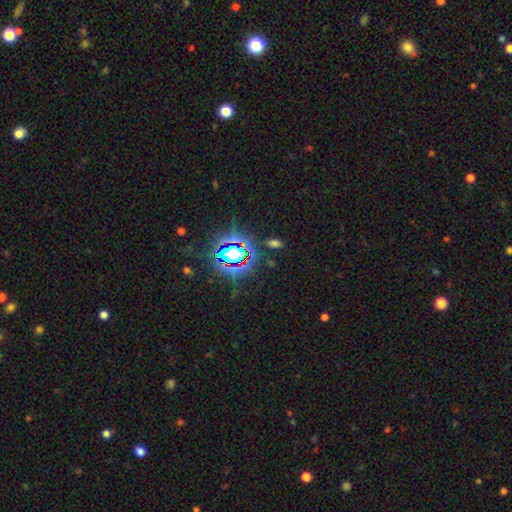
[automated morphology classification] smooth-or-featured: star or artifact: 80% | smooth: 11% | featured or disk: 9%